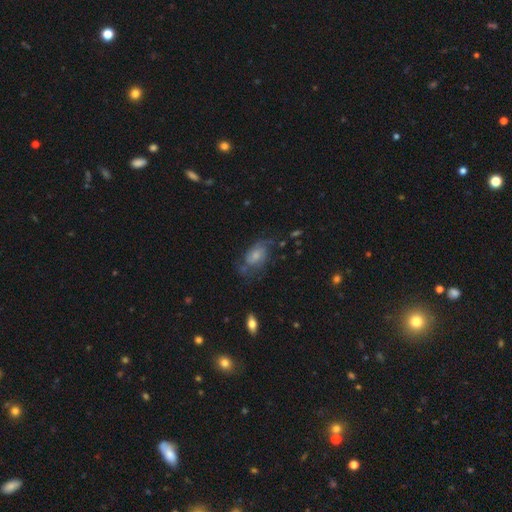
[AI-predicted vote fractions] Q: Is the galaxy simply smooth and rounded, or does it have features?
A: featured or disk — 59%.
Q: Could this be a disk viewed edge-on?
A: no — 96%.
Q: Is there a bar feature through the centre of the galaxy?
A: no — 62%.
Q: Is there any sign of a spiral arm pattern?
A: yes — 83%.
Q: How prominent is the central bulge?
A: small — 43%.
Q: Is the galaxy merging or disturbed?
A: none — 49%.